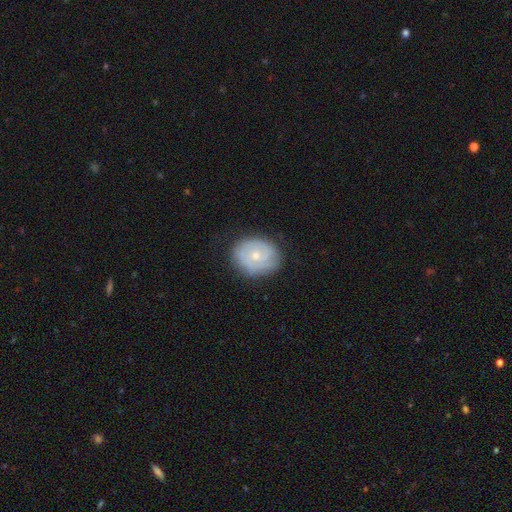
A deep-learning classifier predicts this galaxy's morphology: type=featured or disk (53%); edge-on=no (97%); bar=no (84%); spiral arms=yes (60%); bulge=small (56%); merging=none (76%).